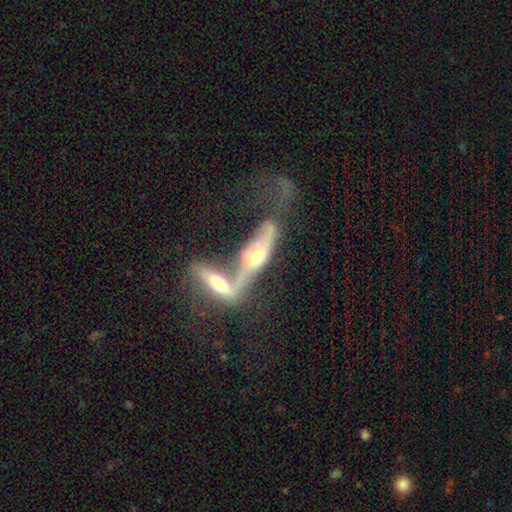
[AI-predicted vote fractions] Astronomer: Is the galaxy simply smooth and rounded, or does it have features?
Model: featured or disk — 69%.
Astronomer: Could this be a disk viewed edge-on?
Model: yes — 63%.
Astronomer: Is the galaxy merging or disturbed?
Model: merger — 70%.